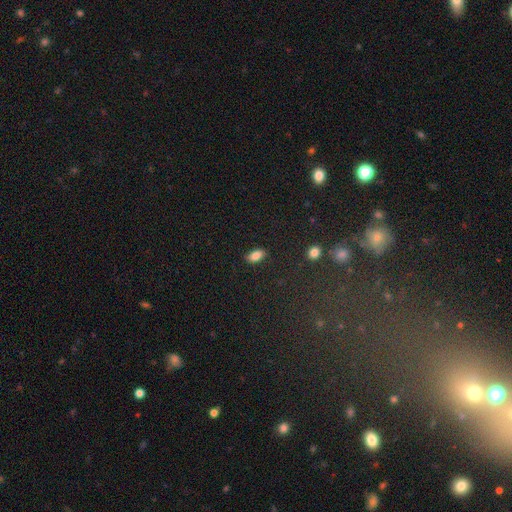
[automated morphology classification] A smooth galaxy with no disk features (85%) that is in between round and cigar-shaped (91%).

Vote fractions:
- Smooth or featured? smooth: 85% / star or artifact: 9% / featured or disk: 6%
- How rounded? in between: 91% / round: 4% / cigar-shaped: 4%
- Merging? none: 86% / minor disturbance: 10% / major disturbance: 2% / merger: 1%